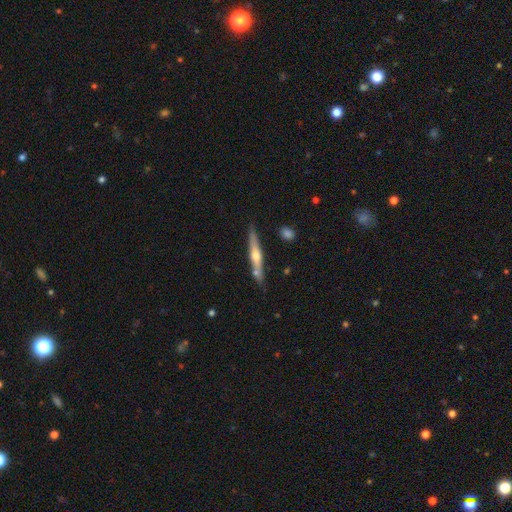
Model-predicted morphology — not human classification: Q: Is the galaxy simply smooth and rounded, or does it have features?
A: featured or disk — 59%.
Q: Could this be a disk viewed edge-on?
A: yes — 94%.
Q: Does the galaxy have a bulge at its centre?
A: rounded — 87%.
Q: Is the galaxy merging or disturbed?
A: none — 77%.